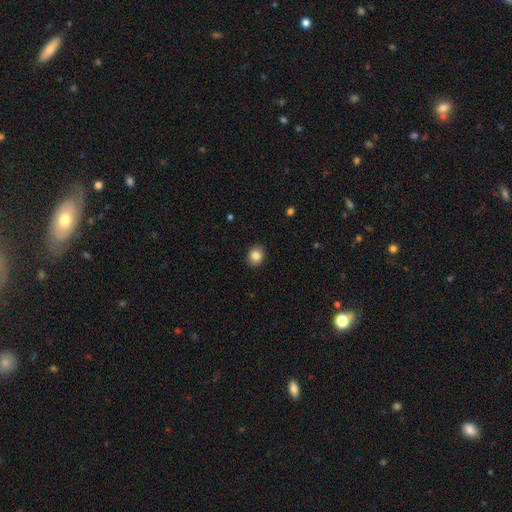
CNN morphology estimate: This is clearly a smooth galaxy (85%). How rounded: possibly round (51%). Merging: clearly none (90%).